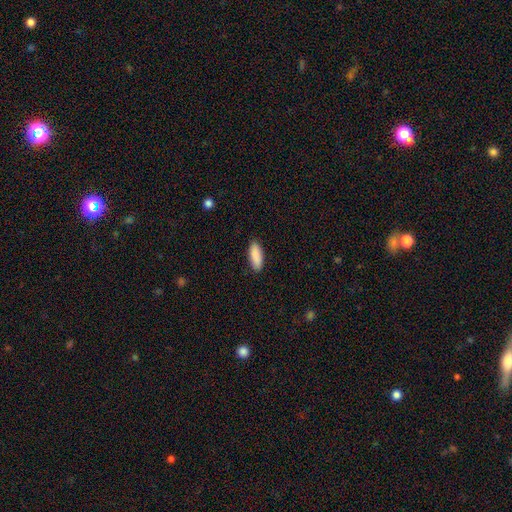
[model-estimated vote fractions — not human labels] Smooth or featured?
  - smooth: 91% *
  - star or artifact: 6%
  - featured or disk: 4%
How rounded?
  - in between: 75% *
  - cigar-shaped: 23%
  - round: 2%
Merging?
  - none: 89% *
  - minor disturbance: 8%
  - major disturbance: 2%
  - merger: 1%